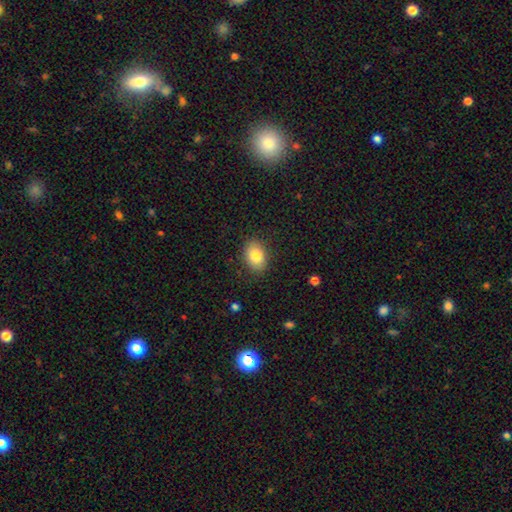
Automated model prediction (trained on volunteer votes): Morphology: type=smooth (84%); roundness=in between (82%); merging=none (86%).